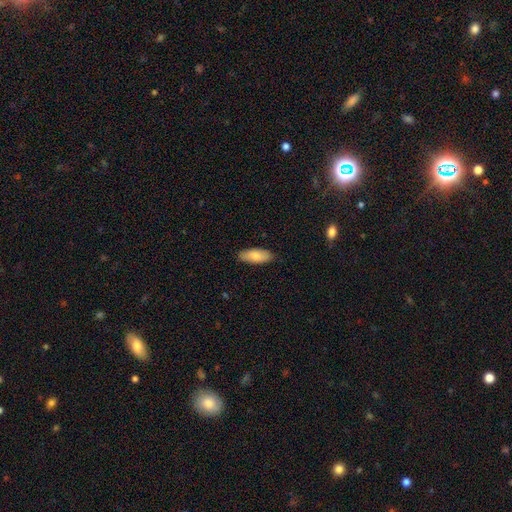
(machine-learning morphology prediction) This appears to be a smooth galaxy with no disk features (80%) that is in between round and cigar-shaped (81%). Merging: none (87%).